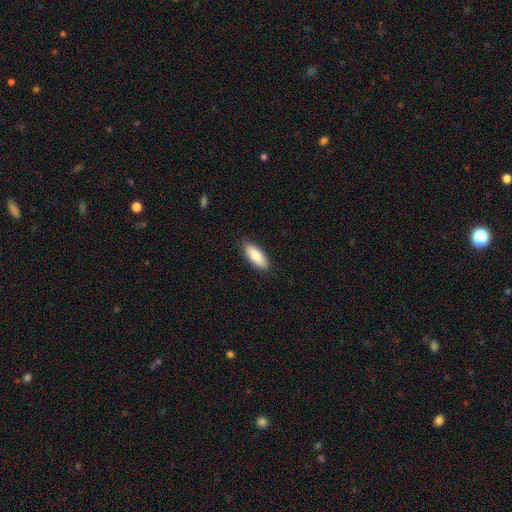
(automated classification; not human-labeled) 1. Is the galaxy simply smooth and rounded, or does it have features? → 85% smooth, 9% featured or disk, 6% star or artifact.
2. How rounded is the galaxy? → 81% in between, 17% cigar-shaped, 2% round.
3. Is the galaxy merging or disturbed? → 88% none, 9% minor disturbance, 2% major disturbance, 1% merger.